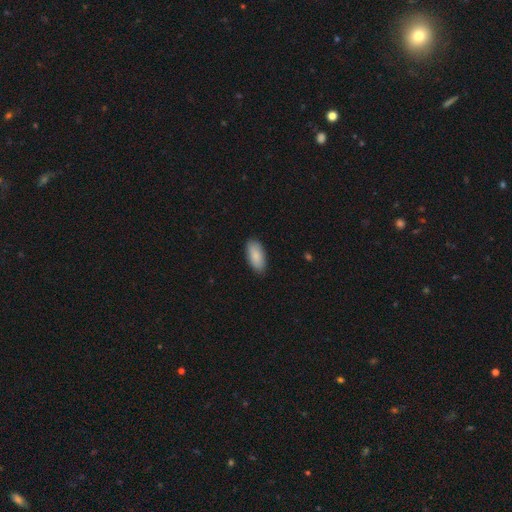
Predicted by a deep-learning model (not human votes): This appears to be a smooth galaxy with no disk features (88%) that is in between round and cigar-shaped (90%). Merging: none (88%).